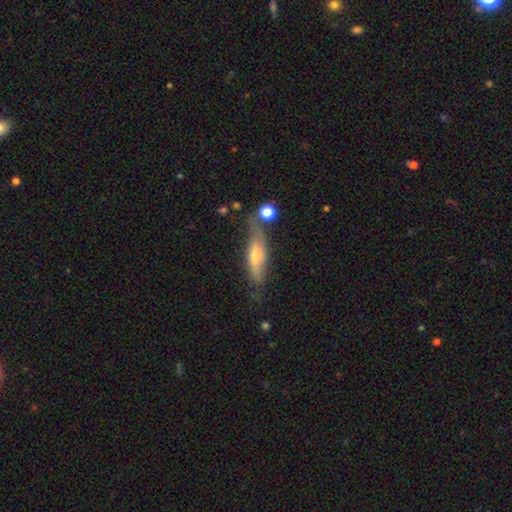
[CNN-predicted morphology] A smooth galaxy with no disk features (50%) that is cigar-shaped (65%). Merging: none (52%).